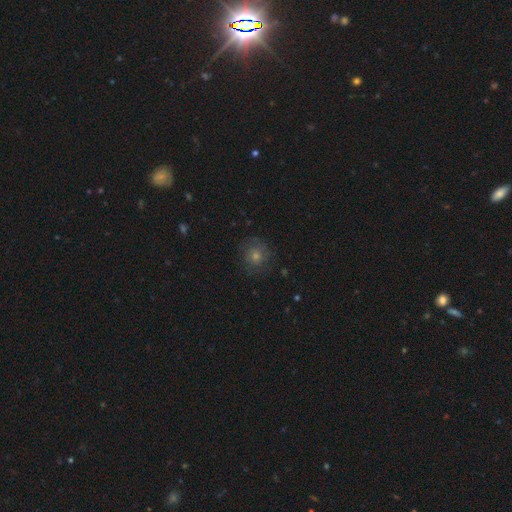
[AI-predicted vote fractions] Q: Smooth or featured?
A: smooth (47%); runner-up: featured or disk (30%)
Q: Merging?
A: none (81%); runner-up: minor disturbance (12%)